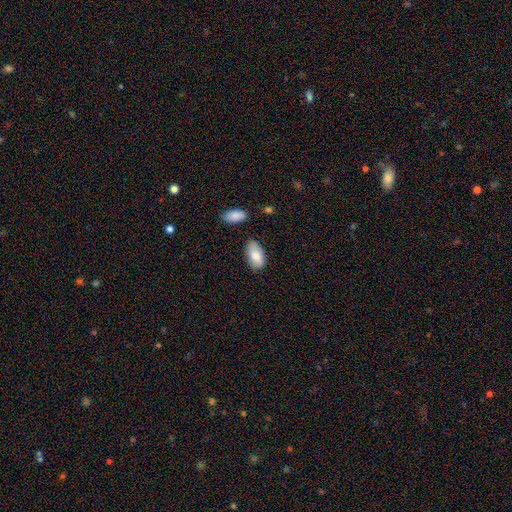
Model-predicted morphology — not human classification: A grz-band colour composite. It shows a smooth galaxy with no disk features (85%) that is in between round and cigar-shaped (94%). Merging: none (73%).